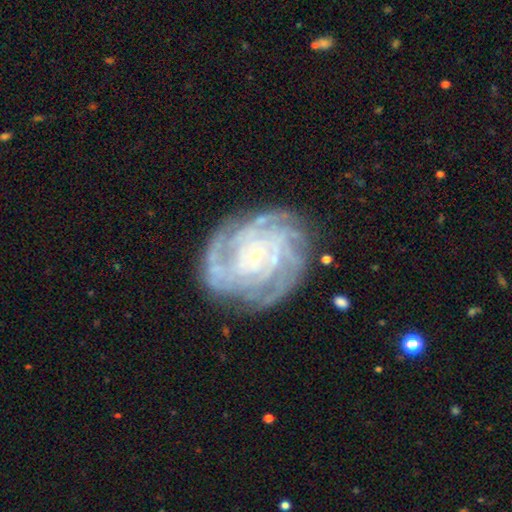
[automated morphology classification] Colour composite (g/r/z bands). It shows a featured or disk galaxy (88%) with no bar (72%), 4 (27%) tight (77%) spiral arms (97%) and a small central bulge (85%). Merging: none (76%).